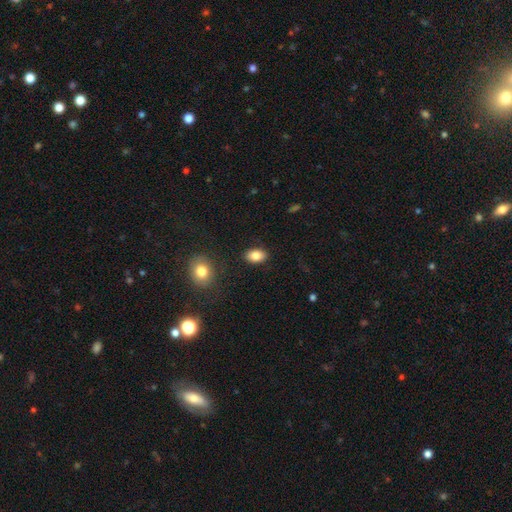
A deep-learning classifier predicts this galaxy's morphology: A smooth galaxy with no disk features (85%) that is in between round and cigar-shaped (86%). Merging: none (87%).